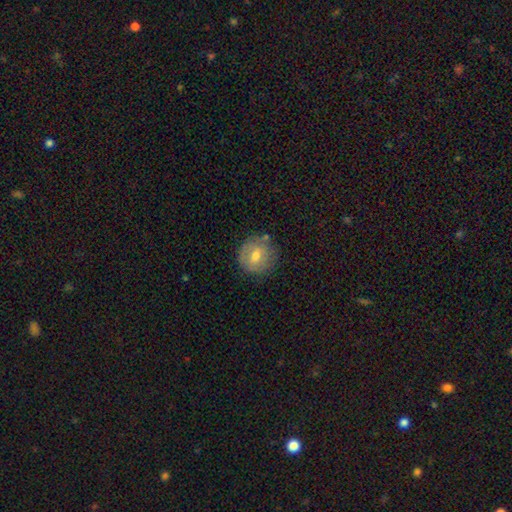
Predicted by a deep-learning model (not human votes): This is likely a smooth galaxy (63%). How rounded: clearly round (91%). Merging: likely none (78%).